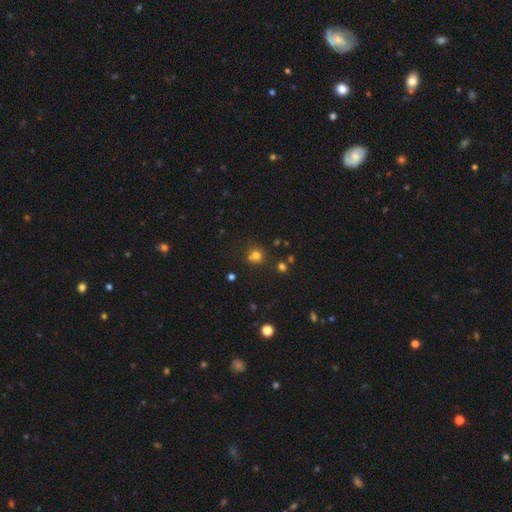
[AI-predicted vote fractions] smooth 73%, star or artifact 19%, featured or disk 8%. Down the decision tree: how rounded — round (84%); merging — none (64%).